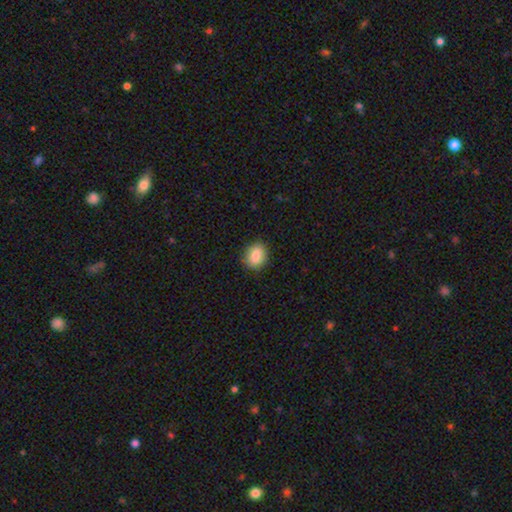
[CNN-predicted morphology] Overall: smooth (85%). How rounded: round (55%; in between 44%). Merging: none (85%).